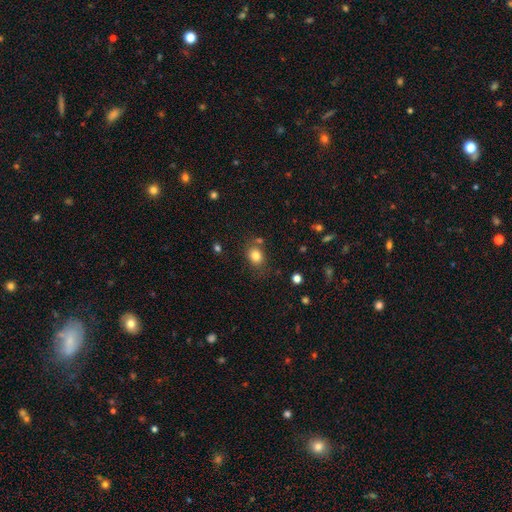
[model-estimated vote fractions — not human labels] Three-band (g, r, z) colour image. It shows a smooth galaxy with no disk features (81%) that is round (51%). Merging: none (72%).